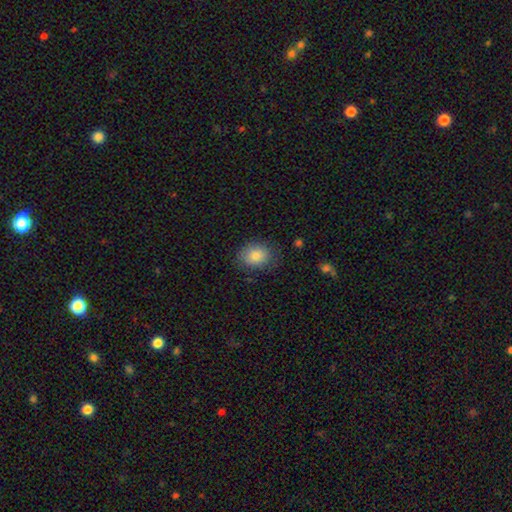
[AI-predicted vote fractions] The model was most divided on "how rounded": in between: 56%, round: 44%, cigar-shaped: 1%. More confident: smooth or featured — smooth (85%); merging — none (79%).